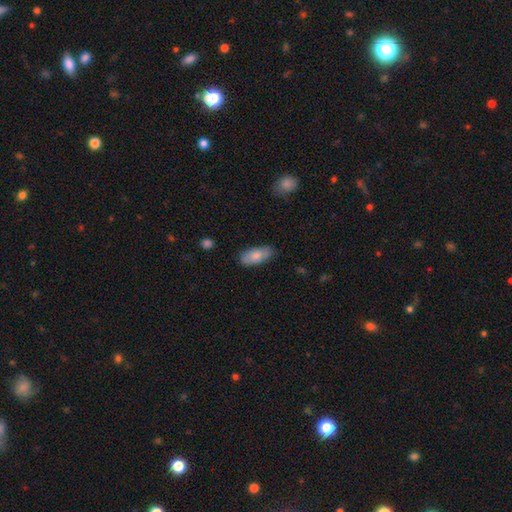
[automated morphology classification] smooth 78%, featured or disk 16%, star or artifact 6%. Down the decision tree: how rounded — in between (87%); merging — none (80%).